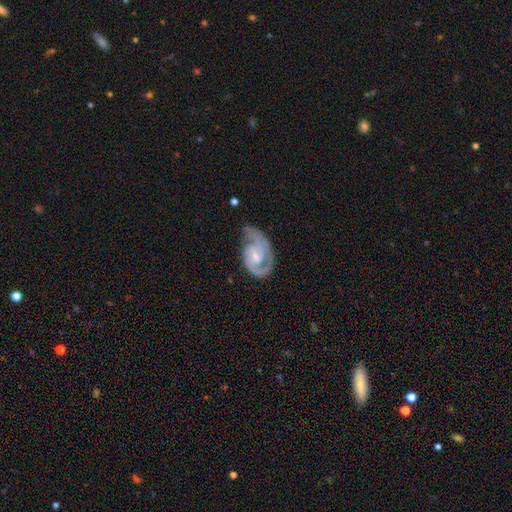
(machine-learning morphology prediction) Q: Smooth or featured?
A: featured or disk (84%); runner-up: smooth (11%)
Q: Edge-on disk?
A: no (97%); runner-up: yes (3%)
Q: Bar?
A: no (50%); runner-up: weak (43%)
Q: Spiral arms?
A: yes (95%); runner-up: no (5%)
Q: Spiral winding?
A: medium (44%); runner-up: tight (43%)
Q: Spiral arm count?
A: 2 (68%); runner-up: 1 (12%)
Q: Bulge size?
A: small (59%); runner-up: moderate (31%)
Q: Merging?
A: none (46%); runner-up: minor disturbance (29%)